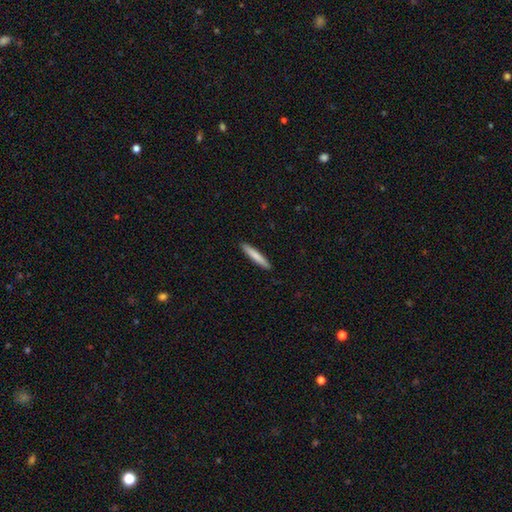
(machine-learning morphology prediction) A smooth galaxy with no disk features (77%) that is cigar-shaped (94%).

Vote fractions:
- Smooth or featured? smooth: 77% / featured or disk: 18% / star or artifact: 5%
- How rounded? cigar-shaped: 94% / in between: 5% / round: 1%
- Merging? none: 91% / minor disturbance: 7% / major disturbance: 1% / merger: 1%